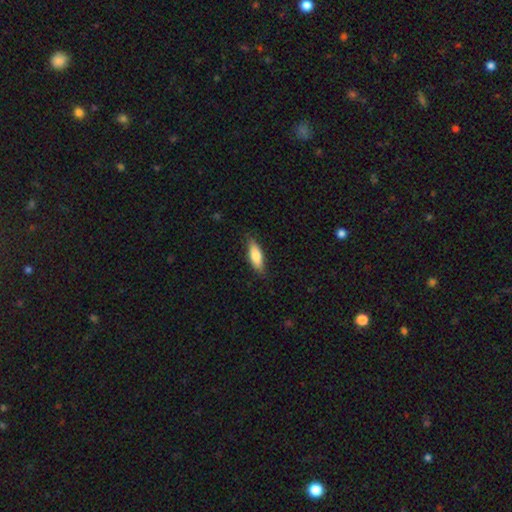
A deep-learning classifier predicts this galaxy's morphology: Smooth or featured: smooth — 78% (featured or disk — 16%)
How rounded: in between — 62% (cigar-shaped — 36%)
Merging: none — 82% (minor disturbance — 14%)